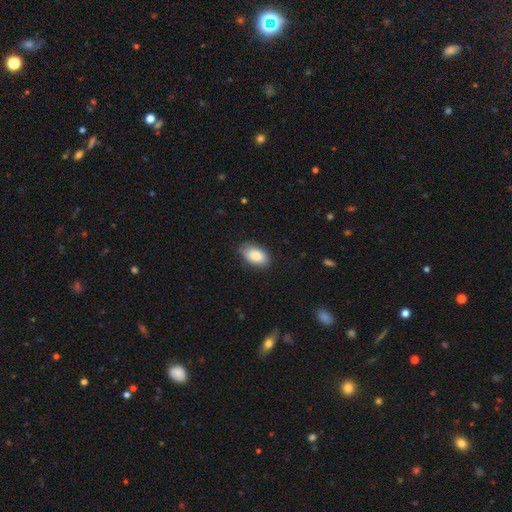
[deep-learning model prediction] The model was most divided on "merging": none: 77%, minor disturbance: 18%, major disturbance: 3%, merger: 1%. More confident: how rounded — in between (91%); smooth or featured — smooth (83%).